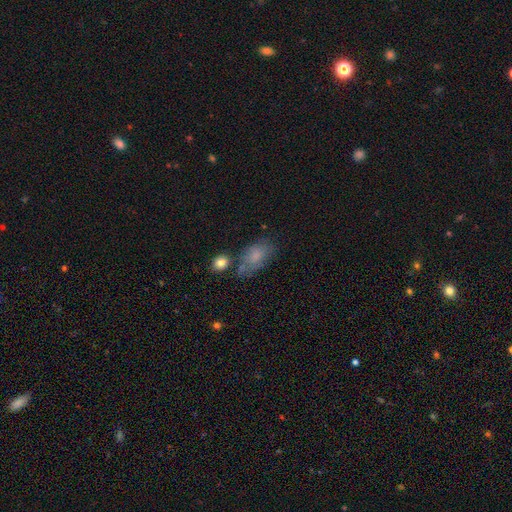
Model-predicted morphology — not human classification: The model was most divided on "merging": none: 46%, minor disturbance: 26%, merger: 15%, major disturbance: 13%. More confident: how rounded — in between (90%); smooth or featured — smooth (75%).